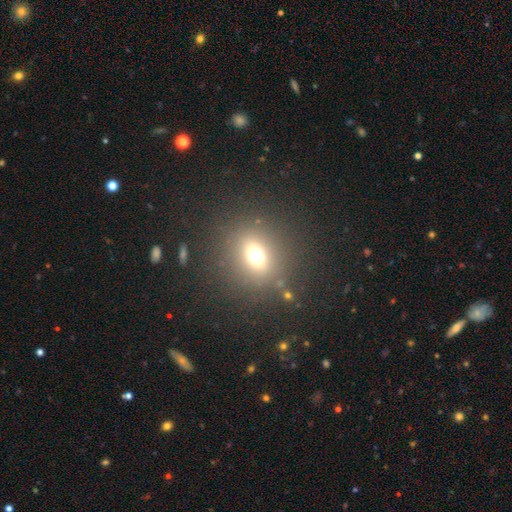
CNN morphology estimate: A smooth galaxy with no disk features (67%) that is round (73%).

Vote fractions:
- Smooth or featured? smooth: 67% / star or artifact: 21% / featured or disk: 12%
- How rounded? round: 73% / in between: 26% / cigar-shaped: 1%
- Merging? none: 82% / minor disturbance: 9% / major disturbance: 6% / merger: 4%